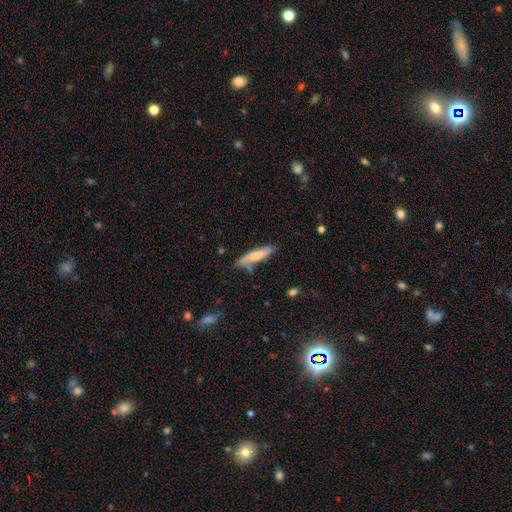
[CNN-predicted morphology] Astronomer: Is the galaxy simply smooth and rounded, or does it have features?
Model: smooth — 69%.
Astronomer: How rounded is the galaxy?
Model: cigar-shaped — 73%.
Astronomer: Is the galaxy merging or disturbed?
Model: none — 65%.